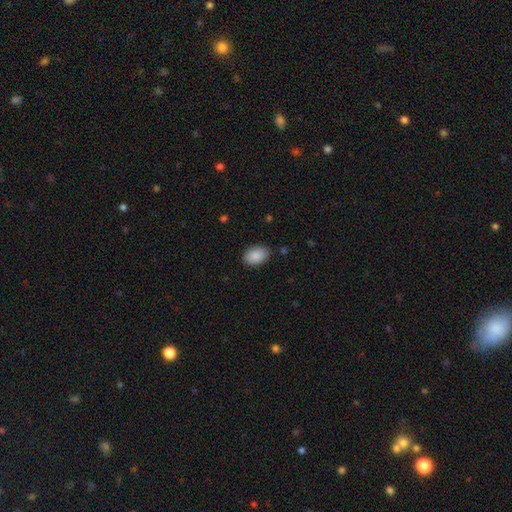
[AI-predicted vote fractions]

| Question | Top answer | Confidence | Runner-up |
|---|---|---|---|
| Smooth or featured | smooth | 90% | star or artifact (6%) |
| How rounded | in between | 87% | round (12%) |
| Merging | none | 86% | minor disturbance (10%) |